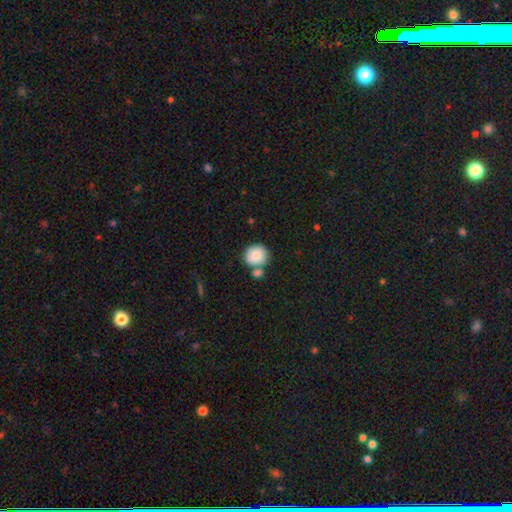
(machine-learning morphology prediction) Smooth or featured: smooth — 82% (featured or disk — 10%)
How rounded: round — 88% (in between — 11%)
Merging: none — 60% (merger — 24%)